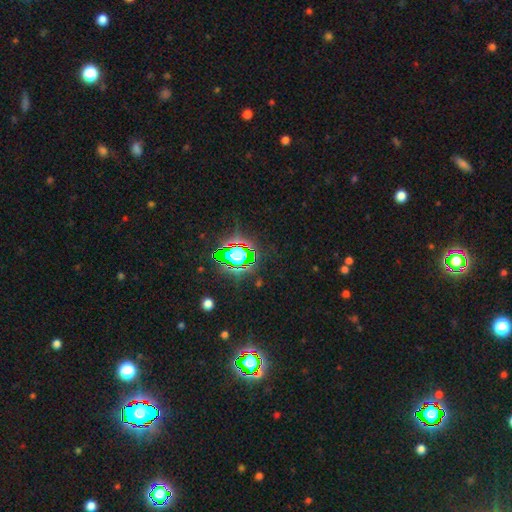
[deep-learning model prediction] The model was most divided on "smooth or featured": star or artifact: 82%, smooth: 10%, featured or disk: 7%.